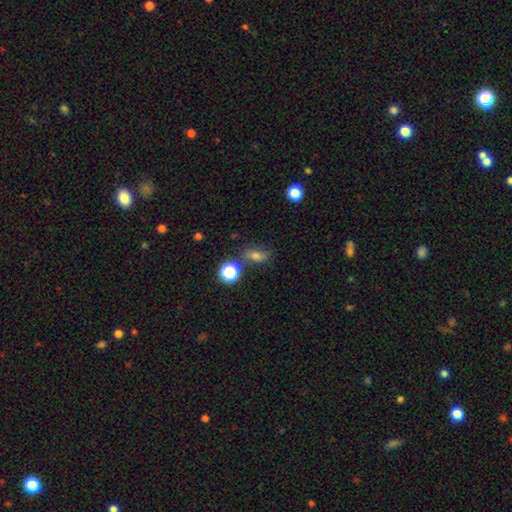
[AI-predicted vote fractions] A smooth galaxy with no disk features (66%) that is in between round and cigar-shaped (69%).

Vote fractions:
- Smooth or featured? smooth: 66% / star or artifact: 20% / featured or disk: 14%
- How rounded? in between: 69% / round: 24% / cigar-shaped: 7%
- Merging? none: 63% / minor disturbance: 18% / merger: 11% / major disturbance: 8%